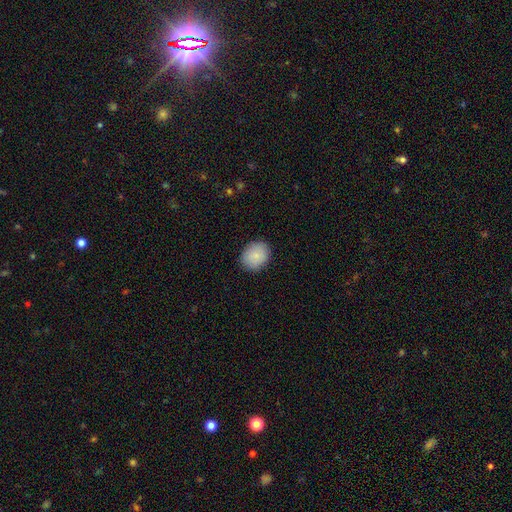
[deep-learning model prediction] A smooth galaxy with no disk features (87%) that is round (61%). Merging: none (88%).